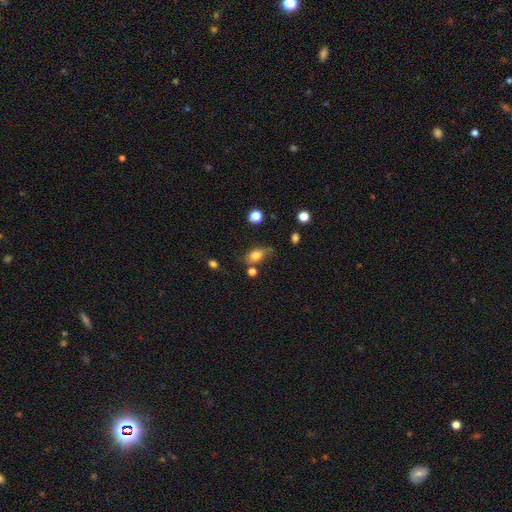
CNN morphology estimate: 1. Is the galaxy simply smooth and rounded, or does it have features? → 80% smooth, 11% star or artifact, 10% featured or disk.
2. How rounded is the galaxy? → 75% in between, 22% round, 2% cigar-shaped.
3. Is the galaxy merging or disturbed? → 64% none, 21% minor disturbance, 8% merger, 6% major disturbance.